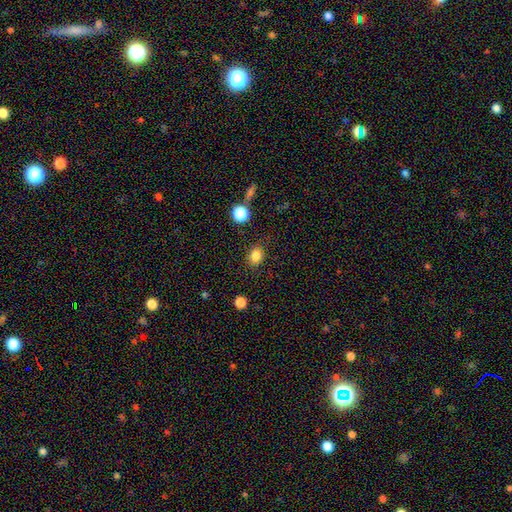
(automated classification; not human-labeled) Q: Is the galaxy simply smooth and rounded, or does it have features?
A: smooth — 83%.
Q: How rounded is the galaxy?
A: in between — 50%.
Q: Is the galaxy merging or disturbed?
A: none — 85%.